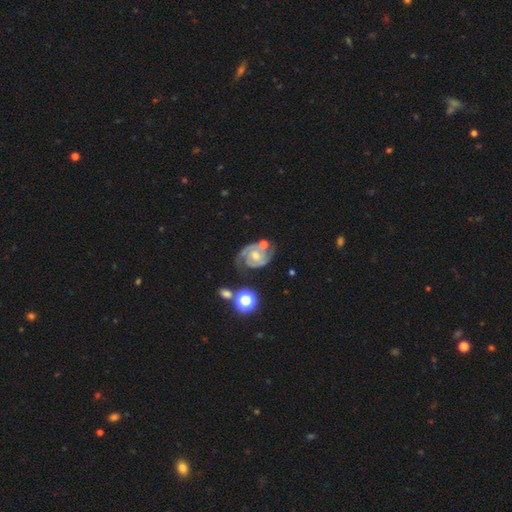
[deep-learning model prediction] This appears to be a featured or disk galaxy (86%) with no bar (66%), 2 (78%) tight (51%) spiral arms (96%) and a moderate central bulge (51%). Merging: none (55%).